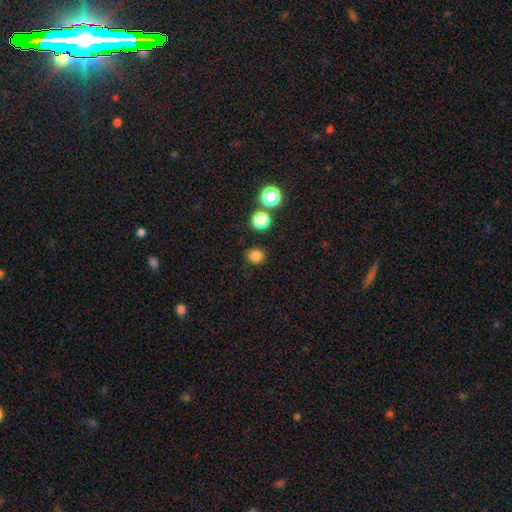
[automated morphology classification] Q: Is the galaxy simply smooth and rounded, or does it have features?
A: smooth — 81%.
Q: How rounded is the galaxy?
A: round — 84%.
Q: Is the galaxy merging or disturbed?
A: none — 87%.